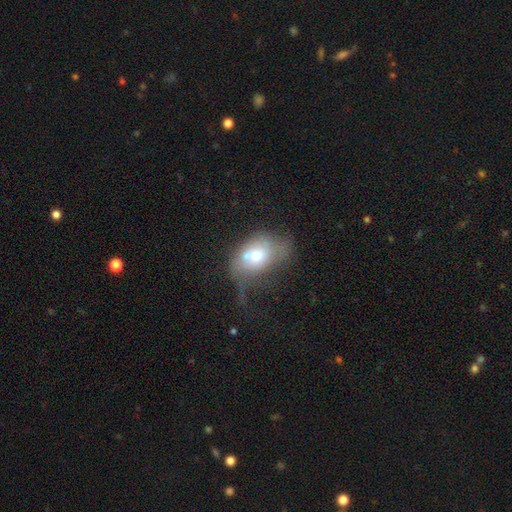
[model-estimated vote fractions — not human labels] The model was most divided on "merging": major disturbance: 30%, minor disturbance: 27%, none: 26%, merger: 17%. More confident: how rounded — in between (80%); smooth or featured — smooth (62%).